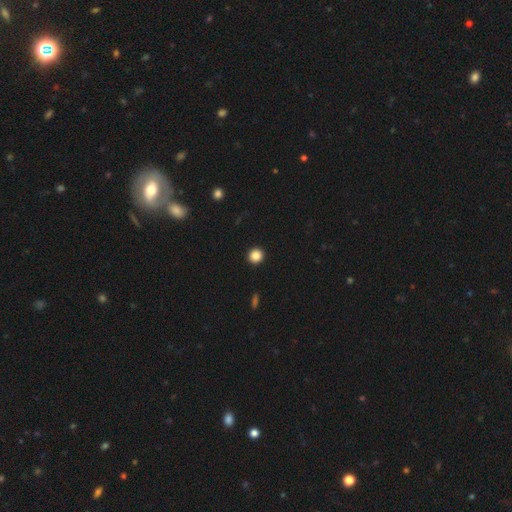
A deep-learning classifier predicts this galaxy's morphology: Smooth or featured?
  - smooth: 86% *
  - star or artifact: 10%
  - featured or disk: 4%
How rounded?
  - round: 94% *
  - in between: 5%
  - cigar-shaped: 1%
Merging?
  - none: 94% *
  - minor disturbance: 4%
  - major disturbance: 1%
  - merger: 1%